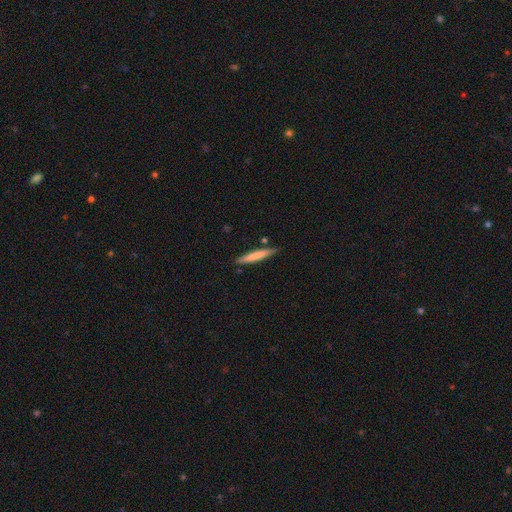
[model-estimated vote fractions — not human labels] smooth 73%, featured or disk 22%, star or artifact 5%. Down the decision tree: how rounded — cigar-shaped (94%); merging — none (84%).